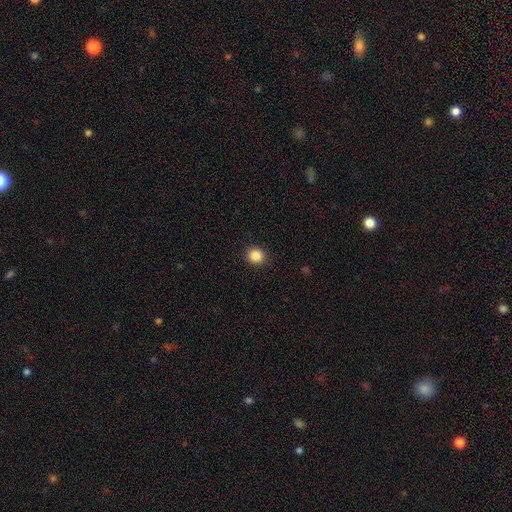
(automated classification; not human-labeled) The model was most divided on "how rounded": round: 78%, in between: 21%, cigar-shaped: 1%. More confident: merging — none (91%); smooth or featured — smooth (86%).